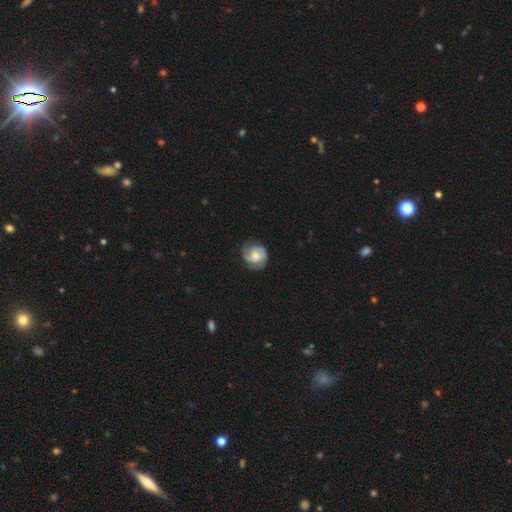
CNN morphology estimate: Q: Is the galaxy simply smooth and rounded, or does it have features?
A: featured or disk — 72%.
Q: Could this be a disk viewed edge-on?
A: no — 98%.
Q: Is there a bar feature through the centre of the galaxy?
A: no — 57%.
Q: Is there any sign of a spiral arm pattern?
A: yes — 94%.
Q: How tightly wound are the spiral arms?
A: tight — 46%.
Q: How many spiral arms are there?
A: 2 — 70%.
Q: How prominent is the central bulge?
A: moderate — 55%.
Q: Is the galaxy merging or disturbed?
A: none — 73%.